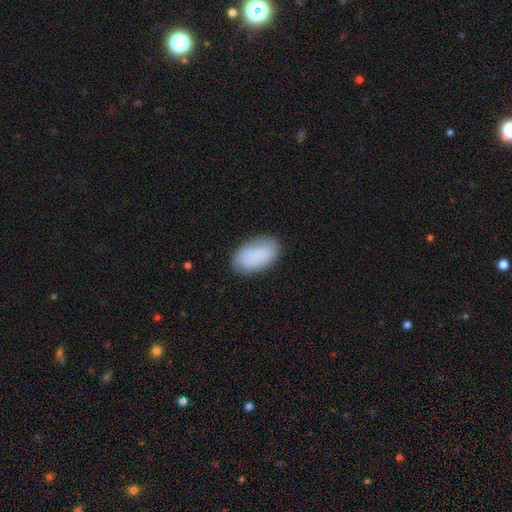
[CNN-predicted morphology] Smooth or featured? Predicted: smooth (p=0.83). How rounded? Predicted: in between (p=0.94). Merging? Predicted: none (p=0.78).